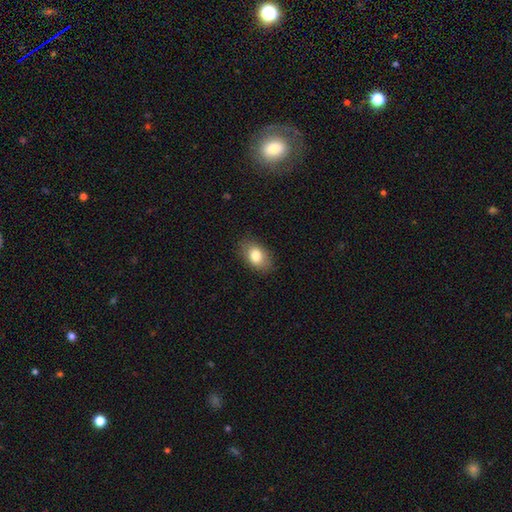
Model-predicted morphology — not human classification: smooth 81%, featured or disk 11%, star or artifact 8%. Down the decision tree: how rounded — in between (85%); merging — none (85%).